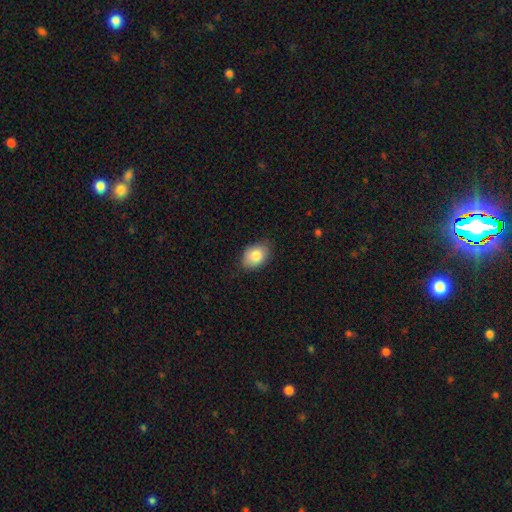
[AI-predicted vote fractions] smooth 84%, featured or disk 8%, star or artifact 7%. Down the decision tree: how rounded — in between (82%); merging — none (79%).